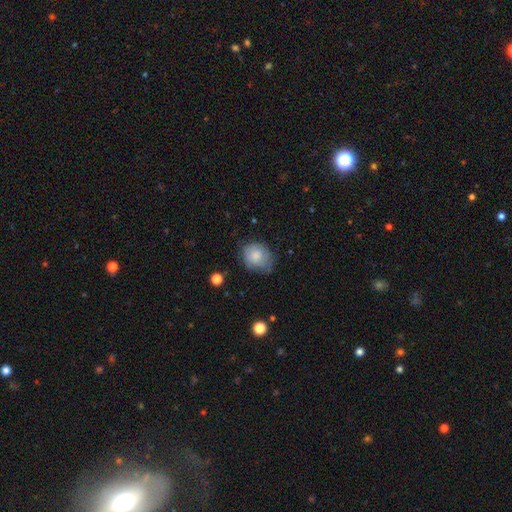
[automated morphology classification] smooth 75%, featured or disk 17%, star or artifact 8%. Down the decision tree: how rounded — round (56%); merging — none (60%).